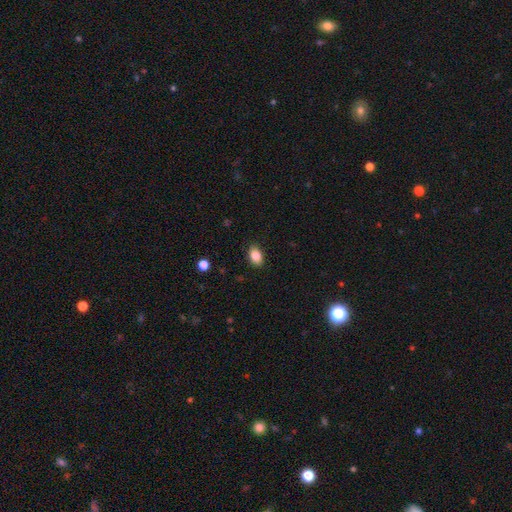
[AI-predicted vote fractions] Smooth or featured: smooth — 86% (star or artifact — 8%)
How rounded: in between — 86% (round — 12%)
Merging: none — 88% (minor disturbance — 9%)